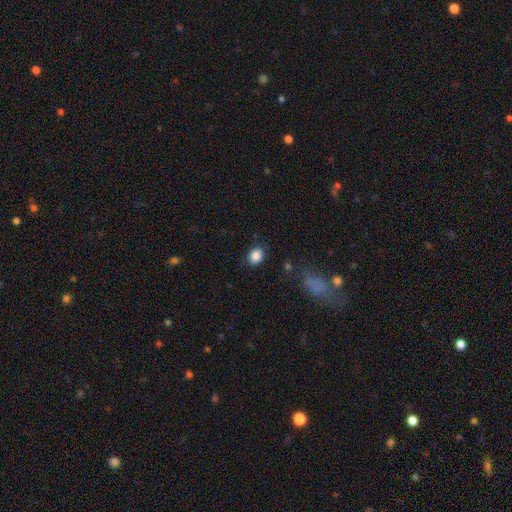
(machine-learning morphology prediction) smooth-or-featured: smooth: 87% | star or artifact: 9% | featured or disk: 4%
  how-rounded: in between: 50% | round: 49% | cigar-shaped: 1%
  merging: none: 82% | minor disturbance: 12% | major disturbance: 4% | merger: 2%